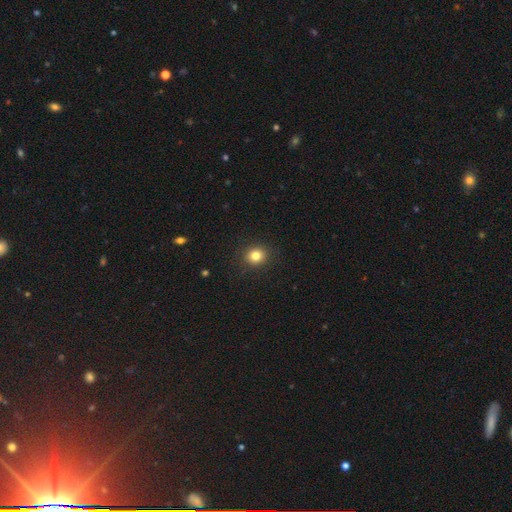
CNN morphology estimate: Smooth or featured?
  - smooth: 82% *
  - star or artifact: 12%
  - featured or disk: 6%
How rounded?
  - round: 78% *
  - in between: 21%
  - cigar-shaped: 1%
Merging?
  - none: 90% *
  - minor disturbance: 7%
  - major disturbance: 2%
  - merger: 1%